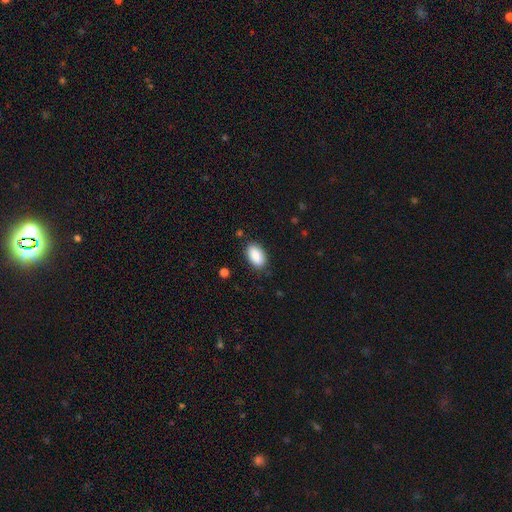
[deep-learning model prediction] smooth 90%, star or artifact 7%, featured or disk 3%. Down the decision tree: how rounded — in between (94%); merging — none (85%).